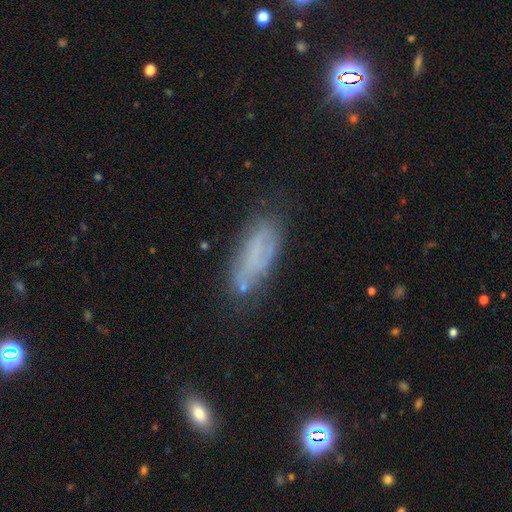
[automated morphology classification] smooth-or-featured: smooth: 49% | featured or disk: 37% | star or artifact: 14%
  merging: none: 55% | minor disturbance: 27% | major disturbance: 13% | merger: 5%